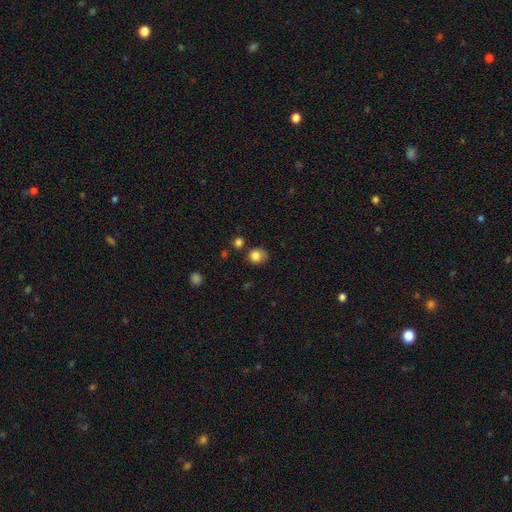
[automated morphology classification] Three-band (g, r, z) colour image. It shows a smooth galaxy with no disk features (82%) that is round (78%). Merging: none (65%).